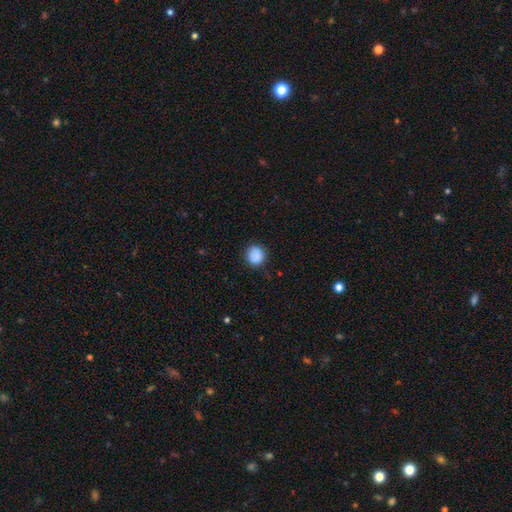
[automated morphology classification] smooth_or_featured: smooth (p=0.88) [alt: star or artifact p=0.08]
how_rounded: round (p=0.89) [alt: in between p=0.10]
merging: none (p=0.83) [alt: minor disturbance p=0.12]